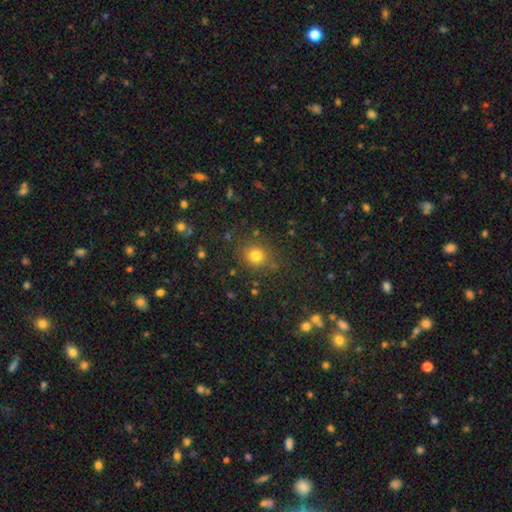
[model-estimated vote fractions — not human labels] Overall: smooth (78%). How rounded: round (82%). Merging: none (83%).